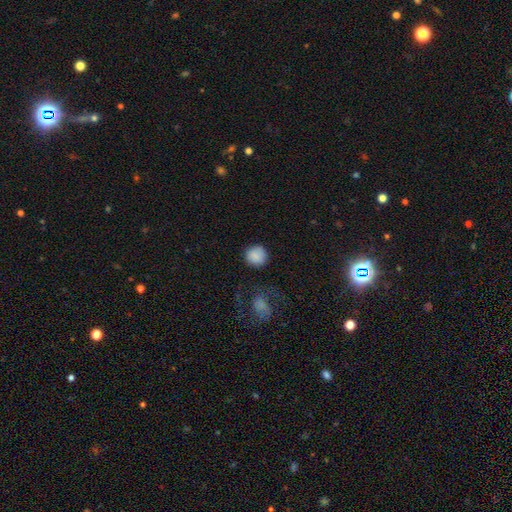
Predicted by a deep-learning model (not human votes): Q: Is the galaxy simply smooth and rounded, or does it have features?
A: smooth — 86%.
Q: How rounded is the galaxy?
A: round — 91%.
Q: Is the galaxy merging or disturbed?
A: none — 84%.